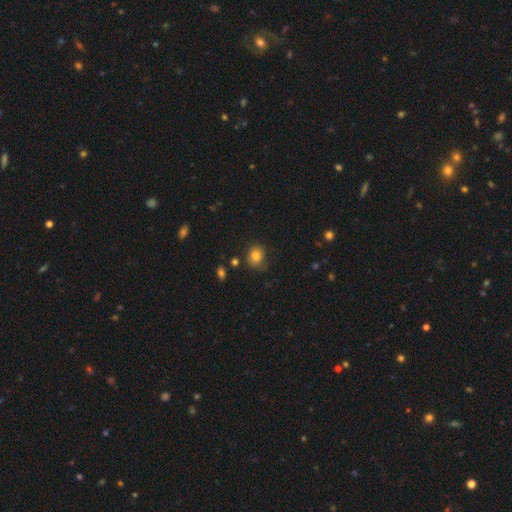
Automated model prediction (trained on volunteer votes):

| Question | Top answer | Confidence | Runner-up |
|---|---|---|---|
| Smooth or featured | smooth | 81% | star or artifact (11%) |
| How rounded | round | 65% | in between (34%) |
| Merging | none | 71% | minor disturbance (21%) |